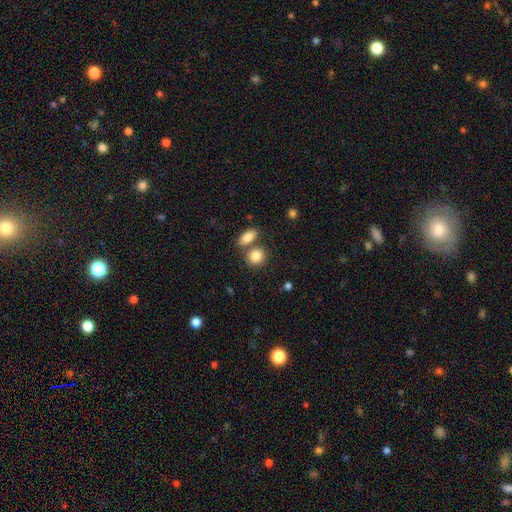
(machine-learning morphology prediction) smooth_or_featured: smooth (p=0.85) [alt: star or artifact p=0.08]
how_rounded: round (p=0.61) [alt: in between p=0.37]
merging: none (p=0.58) [alt: merger p=0.30]